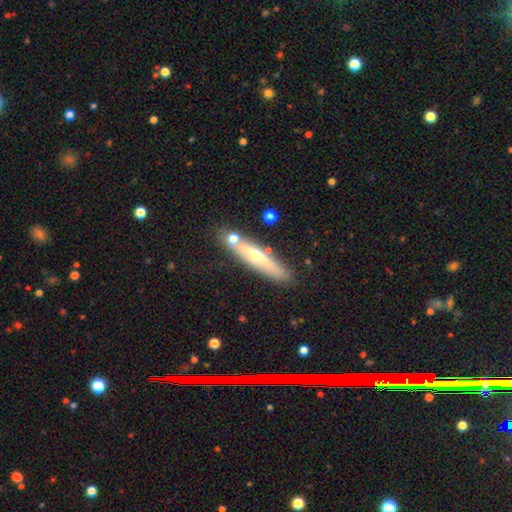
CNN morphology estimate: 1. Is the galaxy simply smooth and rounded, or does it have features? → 55% featured or disk, 37% smooth, 7% star or artifact.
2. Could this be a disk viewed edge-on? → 82% yes, 18% no.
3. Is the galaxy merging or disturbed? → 76% none, 12% minor disturbance, 9% merger, 3% major disturbance.